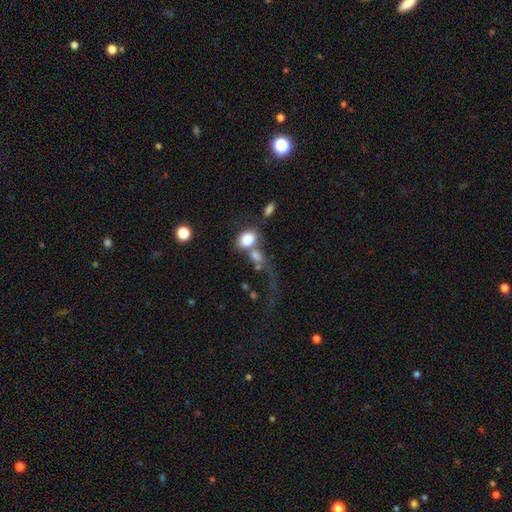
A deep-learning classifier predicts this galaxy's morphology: smooth 77%, featured or disk 13%, star or artifact 10%. Down the decision tree: how rounded — in between (71%); merging — merger (49%).